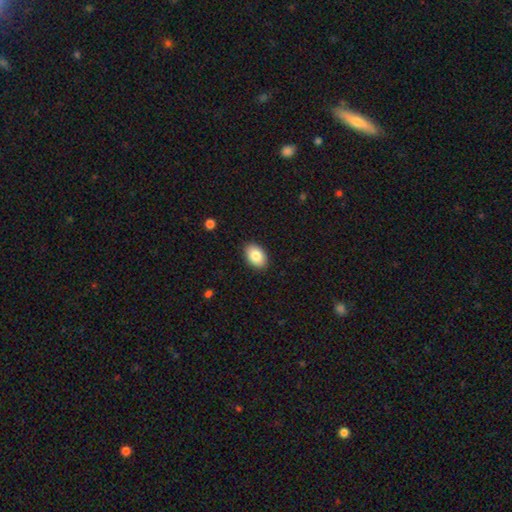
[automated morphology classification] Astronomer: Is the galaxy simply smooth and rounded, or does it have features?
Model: smooth — 85%.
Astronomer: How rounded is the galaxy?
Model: in between — 89%.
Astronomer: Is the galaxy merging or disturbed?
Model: none — 89%.